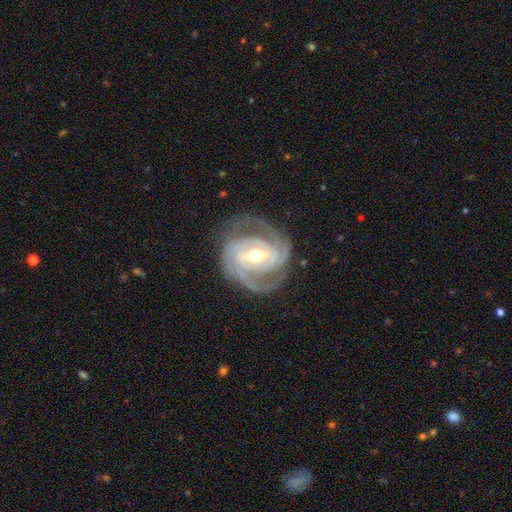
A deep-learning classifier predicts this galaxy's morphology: smooth-or-featured: featured or disk: 91% | smooth: 5% | star or artifact: 4%
  disk-edge-on: no: 97% | yes: 3%
    bar: weak: 44% | strong: 36% | no: 20%
    has-spiral-arms: yes: 97% | no: 3%
      spiral-winding: tight: 57% | medium: 36% | loose: 7%
      spiral-arm-count: 2: 41% | 3: 31% | can't tell: 12% | 4: 7% | 1: 4% | more than 4: 4%
    bulge-size: moderate: 64% | small: 31% | large: 4% | none: 1% | dominant: 1%
  merging: none: 73% | minor disturbance: 17% | major disturbance: 8% | merger: 1%